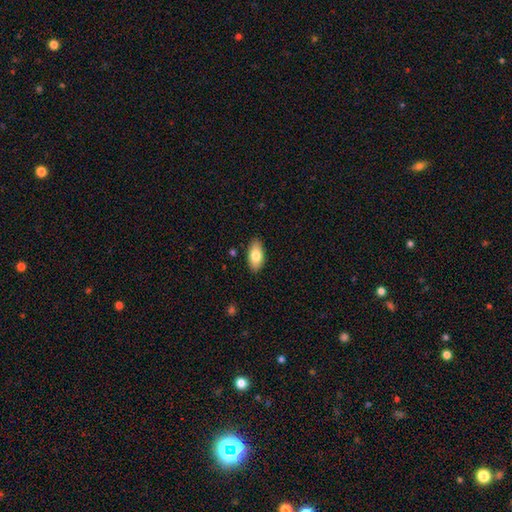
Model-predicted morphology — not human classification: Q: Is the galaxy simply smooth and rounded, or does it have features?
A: smooth — 79%.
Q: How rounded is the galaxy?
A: in between — 92%.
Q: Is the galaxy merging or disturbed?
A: none — 88%.